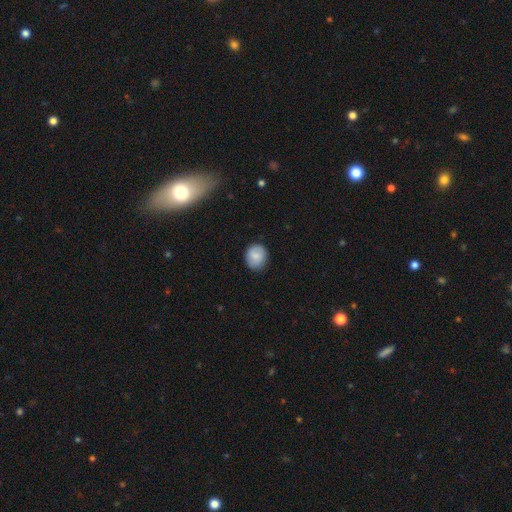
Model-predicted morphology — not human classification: Q: Smooth or featured?
A: smooth (81%); runner-up: featured or disk (11%)
Q: How rounded?
A: round (74%); runner-up: in between (25%)
Q: Merging?
A: none (83%); runner-up: minor disturbance (14%)